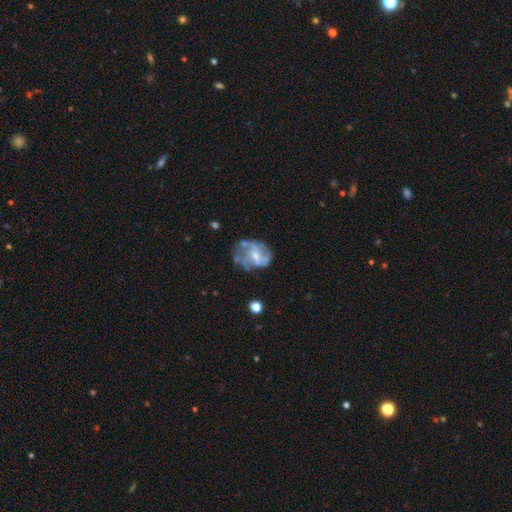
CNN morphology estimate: Smooth or featured? Predicted: featured or disk (p=0.71). Edge-on disk? Predicted: no (p=0.97). Bar? Predicted: weak (p=0.44). Spiral arms? Predicted: yes (p=0.67). Bulge size? Predicted: small (p=0.51). Merging? Predicted: none (p=0.50).